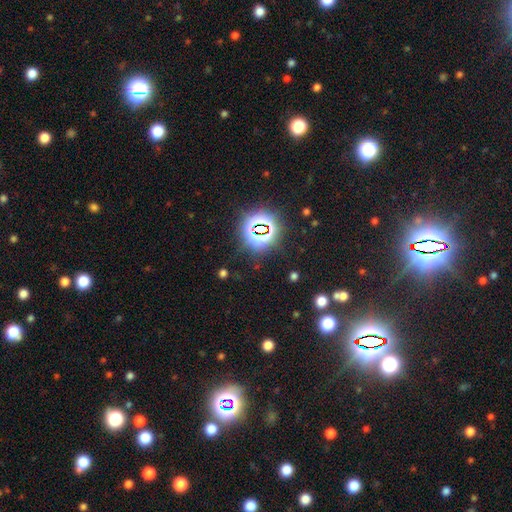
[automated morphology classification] A star or artifact, not a galaxy (79%).

Vote fractions:
- Smooth or featured? star or artifact: 79% / smooth: 13% / featured or disk: 8%